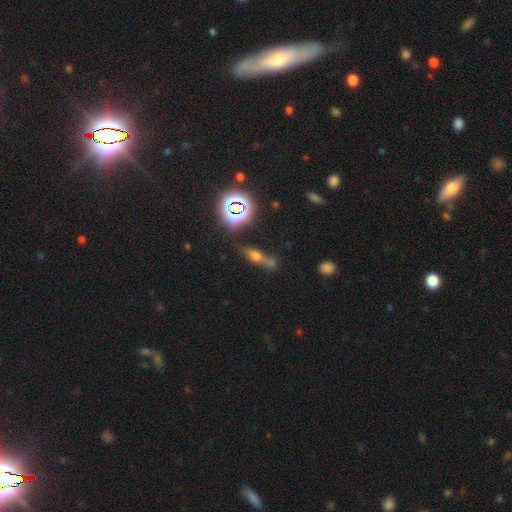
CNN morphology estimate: The model was most divided on "merging": none: 45%, merger: 32%, minor disturbance: 14%, major disturbance: 8%. Remaining: smooth or featured — smooth (50%).